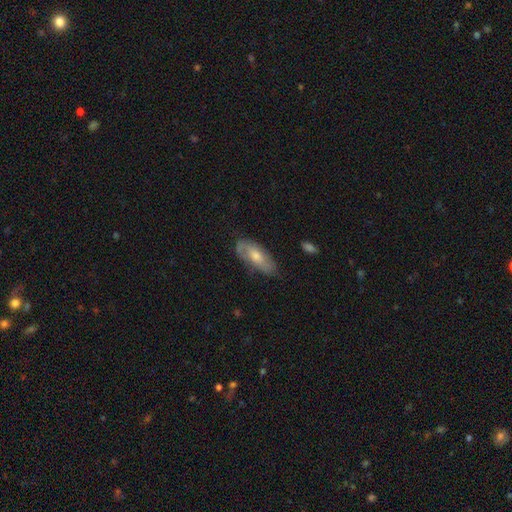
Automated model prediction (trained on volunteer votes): A featured or disk galaxy (51%).

Vote fractions:
- Smooth or featured? featured or disk: 51% / smooth: 41% / star or artifact: 7%
- Edge-on disk? no: 82% / yes: 18%
- Merging? none: 69% / minor disturbance: 23% / major disturbance: 6% / merger: 2%